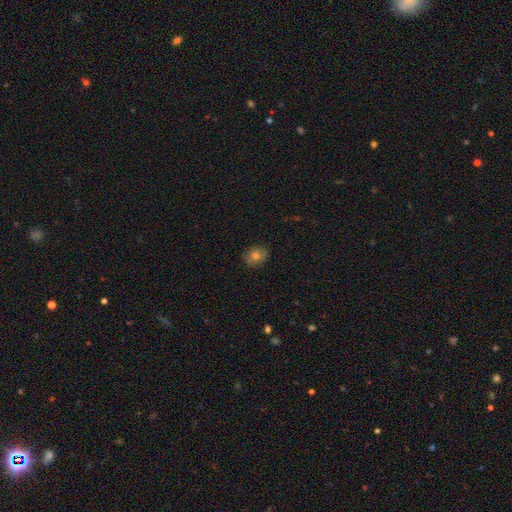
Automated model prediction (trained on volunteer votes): Smooth or featured? Predicted: smooth (p=0.73). How rounded? Predicted: round (p=0.57). Merging? Predicted: none (p=0.84).